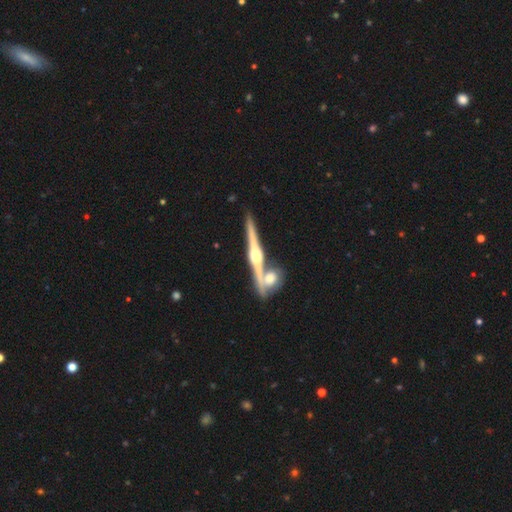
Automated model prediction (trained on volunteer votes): Q: Smooth or featured?
A: featured or disk (84%); runner-up: smooth (11%)
Q: Edge-on disk?
A: yes (97%); runner-up: no (3%)
Q: Edge-on bulge?
A: rounded (92%); runner-up: boxy (5%)
Q: Merging?
A: none (65%); runner-up: merger (25%)